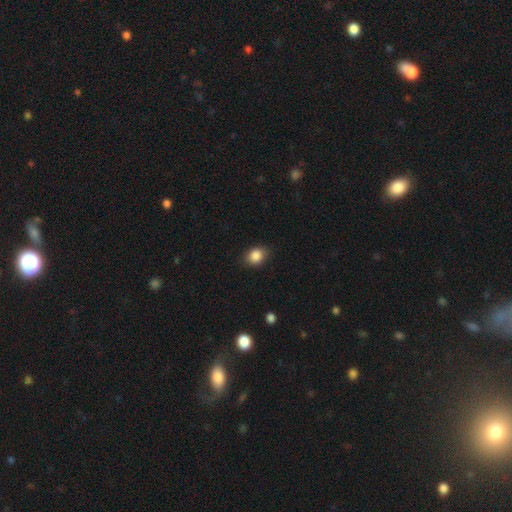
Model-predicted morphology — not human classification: smooth_or_featured: smooth (p=0.87) [alt: star or artifact p=0.09]
how_rounded: round (p=0.53) [alt: in between p=0.46]
merging: none (p=0.83) [alt: minor disturbance p=0.13]